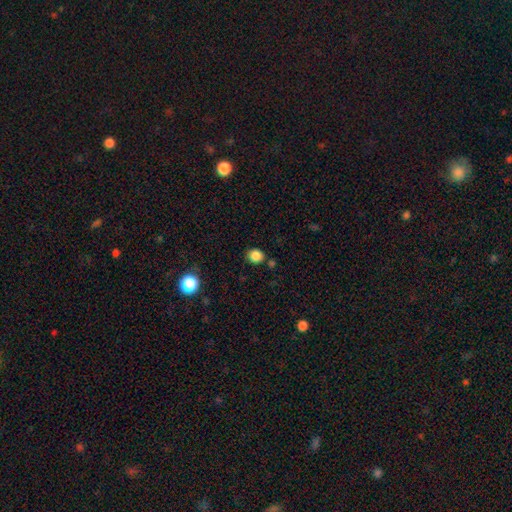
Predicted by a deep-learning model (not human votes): Smooth or featured? smooth (86%)
How rounded? round (80%)
Merging? none (82%)